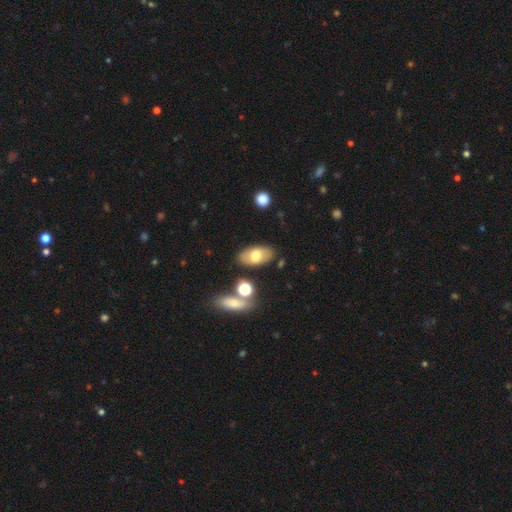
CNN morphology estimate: A smooth galaxy with no disk features (70%) that is in between round and cigar-shaped (92%).

Vote fractions:
- Smooth or featured? smooth: 70% / featured or disk: 23% / star or artifact: 8%
- How rounded? in between: 92% / round: 4% / cigar-shaped: 3%
- Merging? none: 79% / minor disturbance: 11% / merger: 6% / major disturbance: 3%